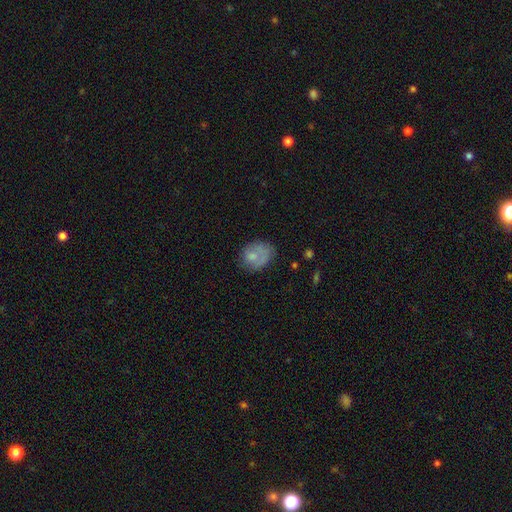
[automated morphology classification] smooth-or-featured: smooth: 66% | featured or disk: 25% | star or artifact: 9%
  how-rounded: in between: 50% | round: 49% | cigar-shaped: 1%
  merging: none: 47% | minor disturbance: 28% | major disturbance: 21% | merger: 5%